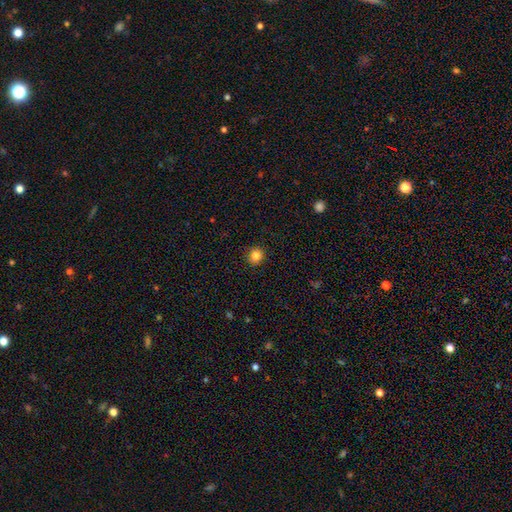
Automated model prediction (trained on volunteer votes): smooth_or_featured: smooth (p=0.84) [alt: star or artifact p=0.11]
how_rounded: round (p=0.88) [alt: in between p=0.11]
merging: none (p=0.91) [alt: minor disturbance p=0.06]